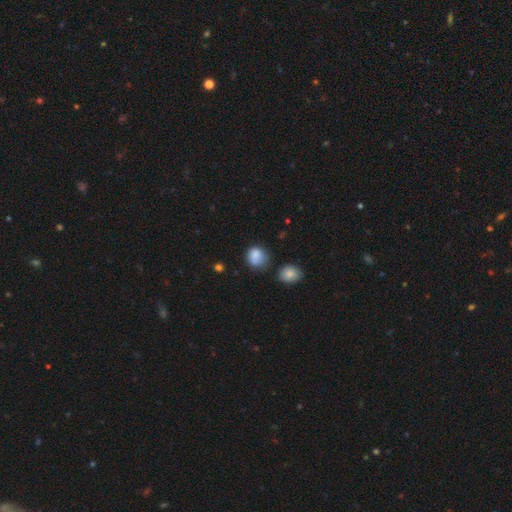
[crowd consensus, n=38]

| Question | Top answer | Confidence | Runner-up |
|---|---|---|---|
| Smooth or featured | smooth | 92% | star or artifact (8%) |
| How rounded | round | 63% | in between (34%) |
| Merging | none | 49% | minor disturbance (40%) |